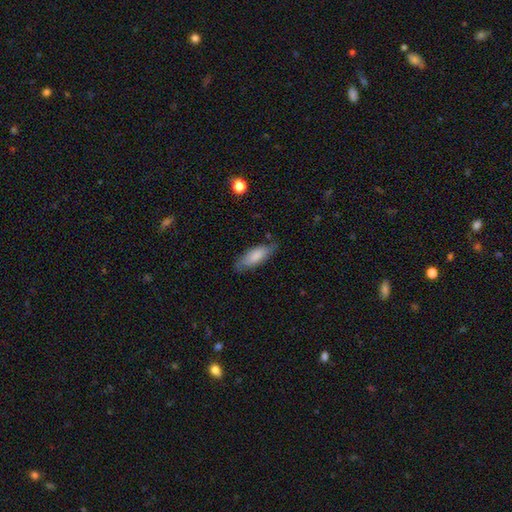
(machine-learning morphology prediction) Smooth or featured: smooth — 78% (featured or disk — 16%)
How rounded: in between — 69% (cigar-shaped — 30%)
Merging: none — 73% (minor disturbance — 21%)